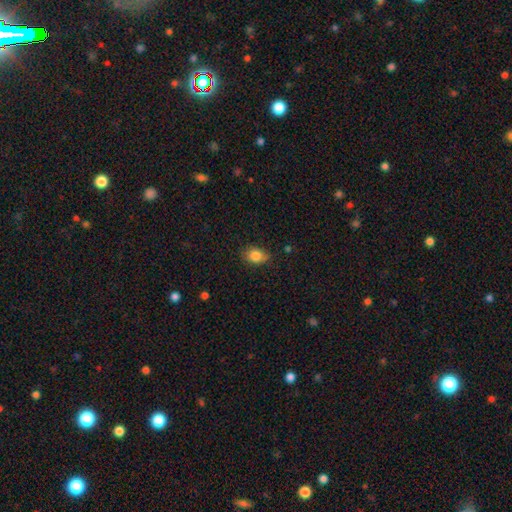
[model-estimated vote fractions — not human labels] smooth_or_featured: smooth (p=0.84) [alt: star or artifact p=0.09]
how_rounded: in between (p=0.68) [alt: round p=0.30]
merging: none (p=0.78) [alt: minor disturbance p=0.18]